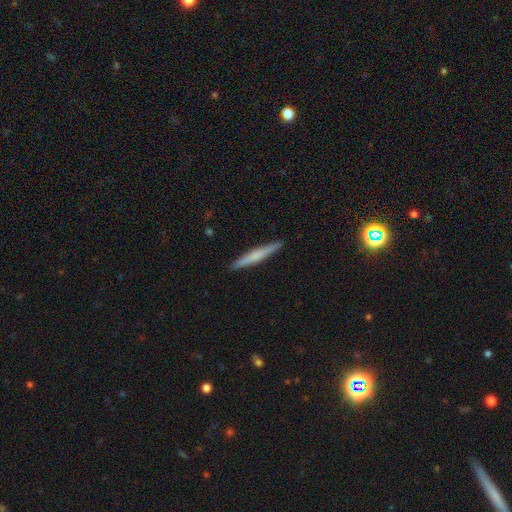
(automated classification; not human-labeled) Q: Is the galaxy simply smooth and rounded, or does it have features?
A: smooth — 53%.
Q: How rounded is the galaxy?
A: cigar-shaped — 96%.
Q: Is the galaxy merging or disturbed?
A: none — 92%.